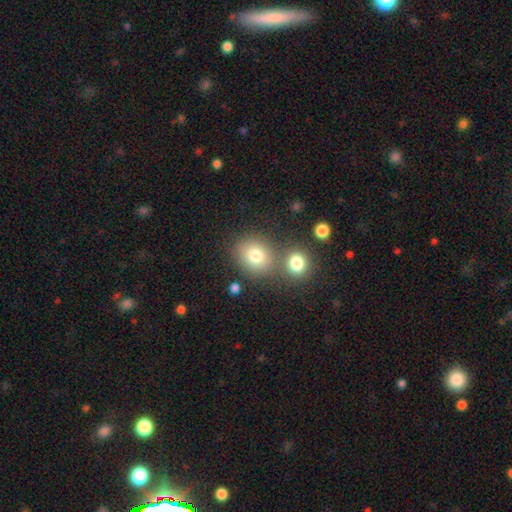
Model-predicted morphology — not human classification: smooth_or_featured: smooth (p=0.78) [alt: star or artifact p=0.12]
how_rounded: round (p=0.66) [alt: in between p=0.33]
merging: none (p=0.62) [alt: merger p=0.24]